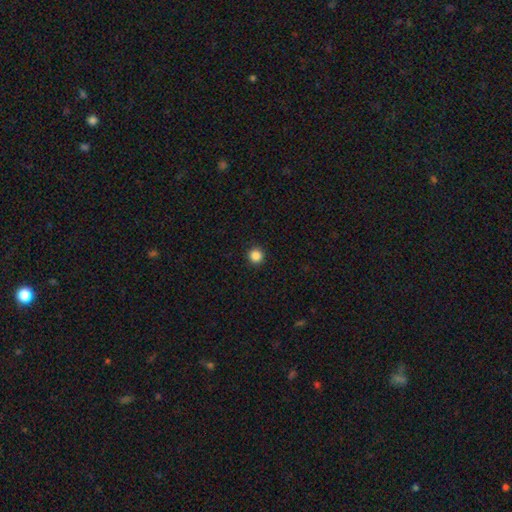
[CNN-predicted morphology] type=smooth (86%); roundness=round (96%); merging=none (93%).